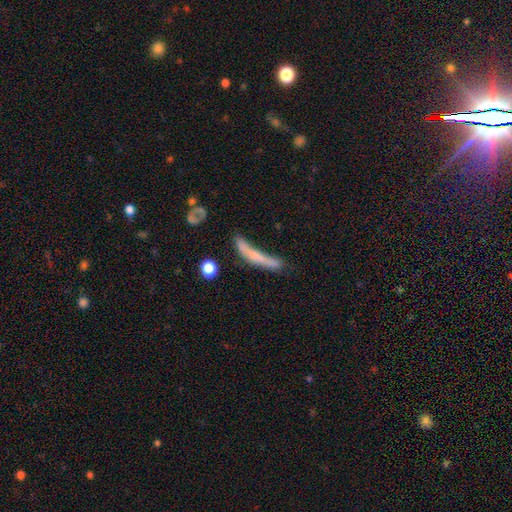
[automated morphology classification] type=smooth (52%); roundness=cigar-shaped (89%); merging=none (38%).